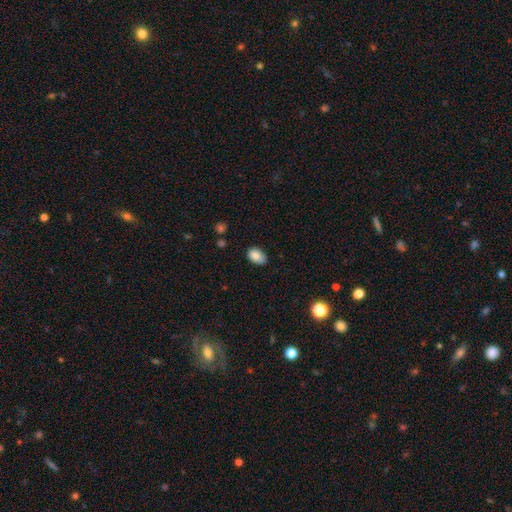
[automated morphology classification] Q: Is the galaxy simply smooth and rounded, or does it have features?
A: smooth — 84%.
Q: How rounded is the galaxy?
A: in between — 87%.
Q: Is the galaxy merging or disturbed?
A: none — 75%.